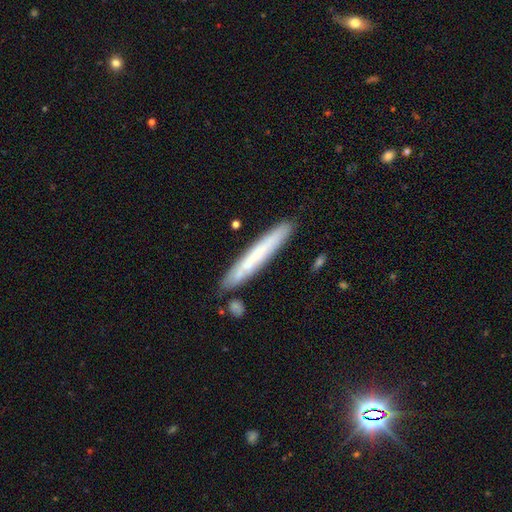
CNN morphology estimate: Smooth or featured: smooth — 58% (featured or disk — 36%)
How rounded: cigar-shaped — 95% (in between — 4%)
Merging: none — 82% (minor disturbance — 11%)